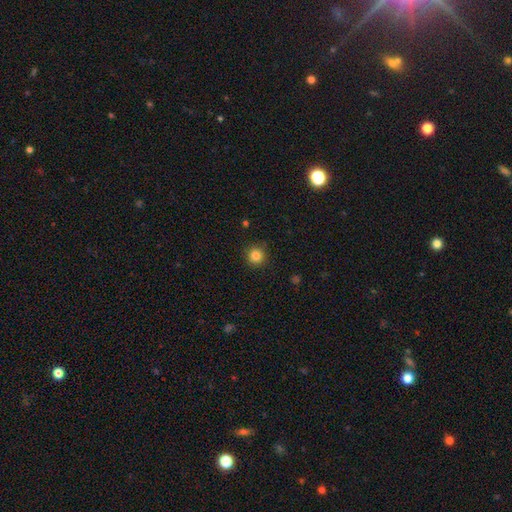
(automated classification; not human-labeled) Smooth or featured? Predicted: smooth (p=0.83). How rounded? Predicted: round (p=0.94). Merging? Predicted: none (p=0.90).